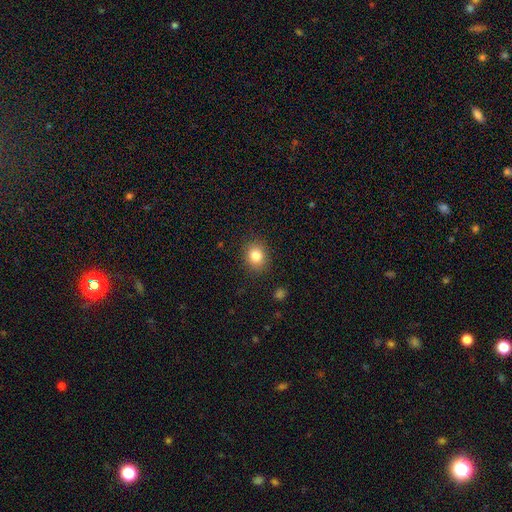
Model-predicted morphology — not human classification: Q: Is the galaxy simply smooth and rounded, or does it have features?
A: smooth — 81%.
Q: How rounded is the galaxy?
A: round — 73%.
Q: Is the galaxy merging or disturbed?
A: none — 88%.